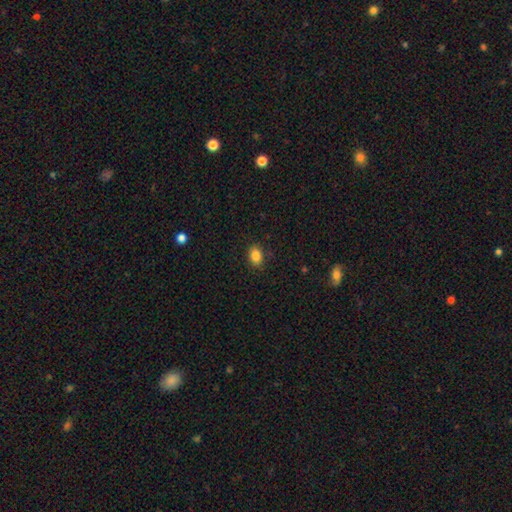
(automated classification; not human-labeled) The model was most divided on "how rounded": in between: 67%, round: 32%, cigar-shaped: 1%. More confident: merging — none (86%); smooth or featured — smooth (85%).